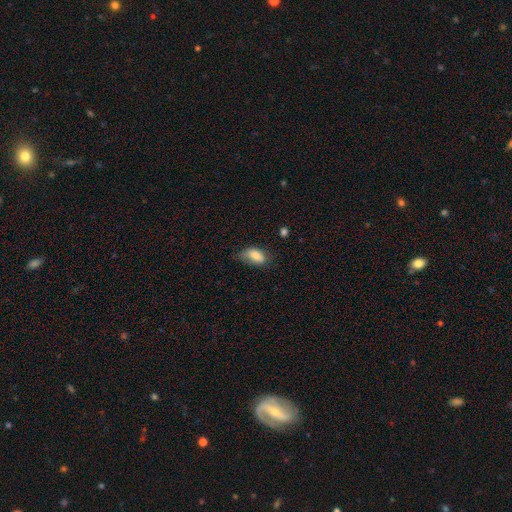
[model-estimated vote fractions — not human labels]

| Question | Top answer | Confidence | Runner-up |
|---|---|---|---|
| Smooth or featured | smooth | 81% | featured or disk (11%) |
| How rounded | in between | 91% | round (5%) |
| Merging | none | 47% | minor disturbance (37%) |